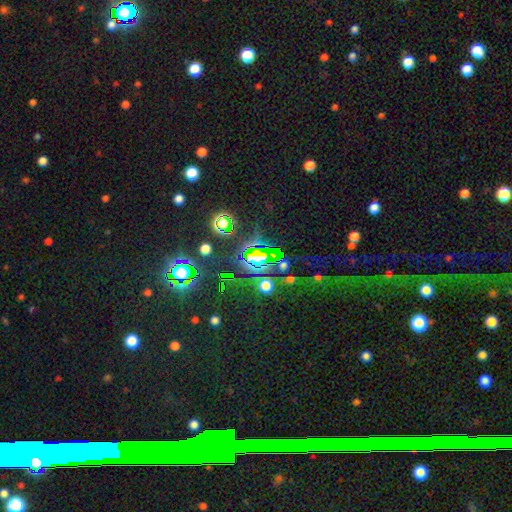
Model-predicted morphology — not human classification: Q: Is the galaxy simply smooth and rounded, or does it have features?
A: star or artifact — 74%.